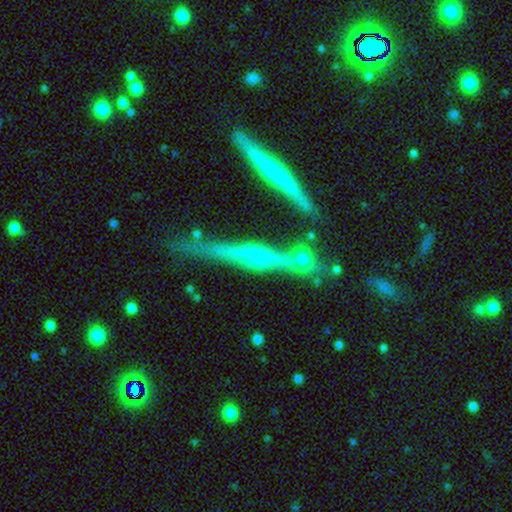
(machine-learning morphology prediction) The model was most divided on "edge-on bulge": rounded: 73%, none: 20%, boxy: 7%. More confident: edge-on disk — yes (94%); smooth or featured — featured or disk (74%); merging — none (68%).